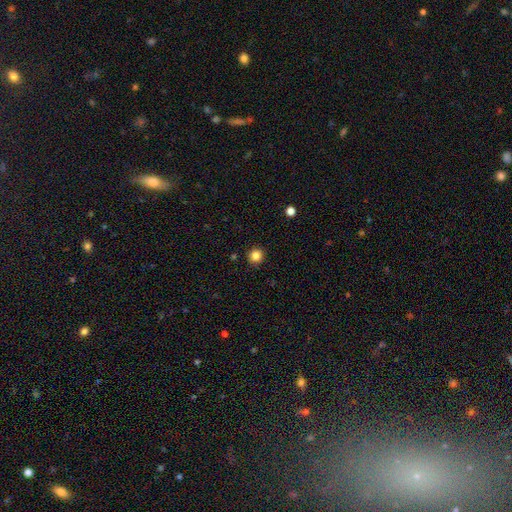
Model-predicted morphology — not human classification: A smooth galaxy with no disk features (84%) that is round (94%).

Vote fractions:
- Smooth or featured? smooth: 84% / star or artifact: 12% / featured or disk: 4%
- How rounded? round: 94% / in between: 5% / cigar-shaped: 1%
- Merging? none: 92% / minor disturbance: 5% / major disturbance: 2% / merger: 1%